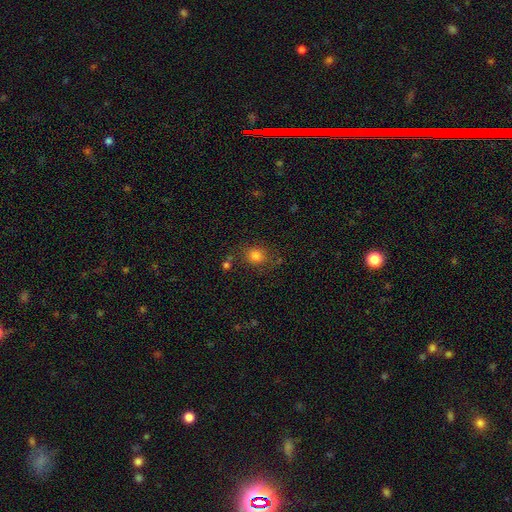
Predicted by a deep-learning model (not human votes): A smooth galaxy with no disk features (79%) that is round (68%).

Vote fractions:
- Smooth or featured? smooth: 79% / star or artifact: 13% / featured or disk: 8%
- How rounded? round: 68% / in between: 31% / cigar-shaped: 1%
- Merging? none: 74% / minor disturbance: 15% / major disturbance: 6% / merger: 5%